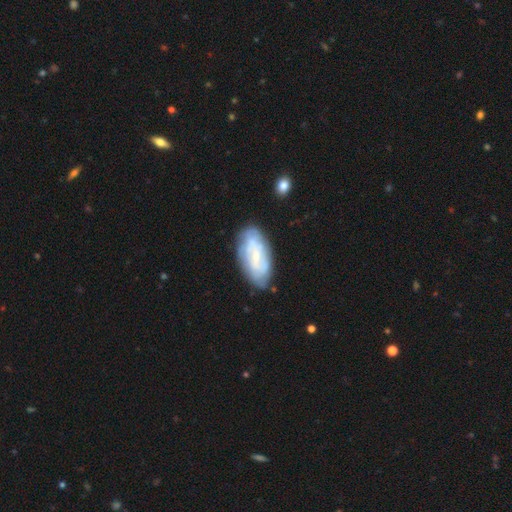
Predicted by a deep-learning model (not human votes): Smooth or featured: featured or disk — 61% (smooth — 33%)
Edge-on disk: no — 92% (yes — 8%)
Bar: no — 54% (weak — 36%)
Spiral arms: yes — 70% (no — 30%)
Bulge size: small — 72% (moderate — 20%)
Merging: none — 74% (minor disturbance — 18%)